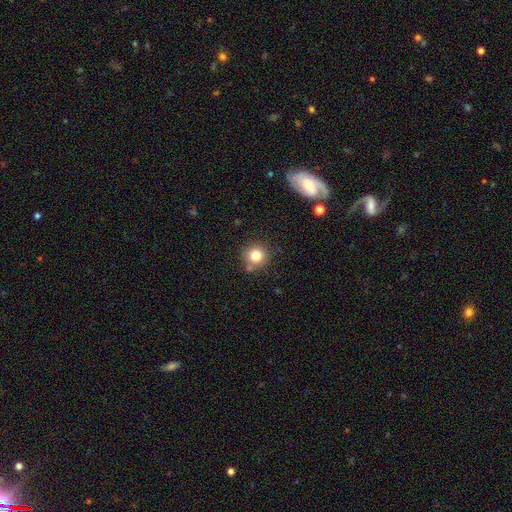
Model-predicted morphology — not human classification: Smooth or featured: smooth — 82% (star or artifact — 11%)
How rounded: round — 92% (in between — 7%)
Merging: none — 79% (minor disturbance — 11%)